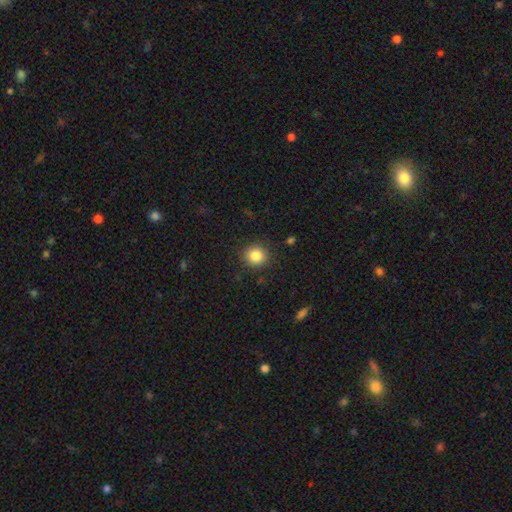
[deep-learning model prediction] smooth 84%, star or artifact 11%, featured or disk 5%. Down the decision tree: how rounded — round (91%); merging — none (89%).